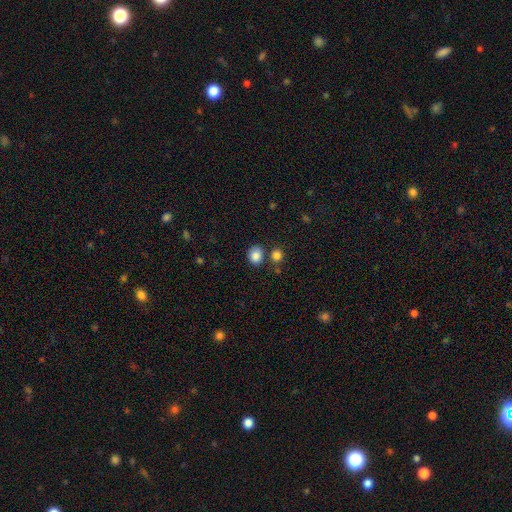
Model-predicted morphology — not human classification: Q: Smooth or featured?
A: smooth (86%); runner-up: star or artifact (9%)
Q: How rounded?
A: round (61%); runner-up: in between (39%)
Q: Merging?
A: none (75%); runner-up: minor disturbance (11%)